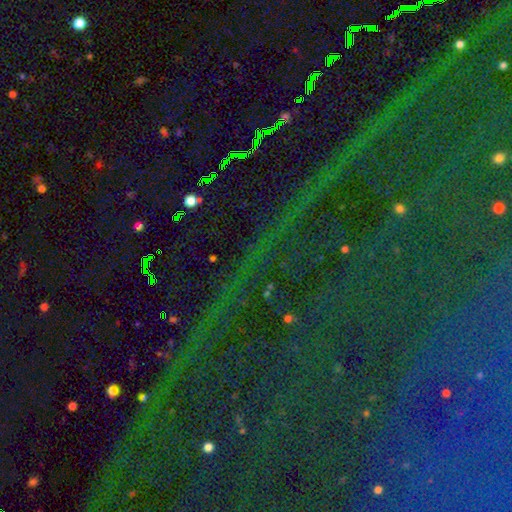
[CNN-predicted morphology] Smooth or featured? Predicted: star or artifact (p=0.86).